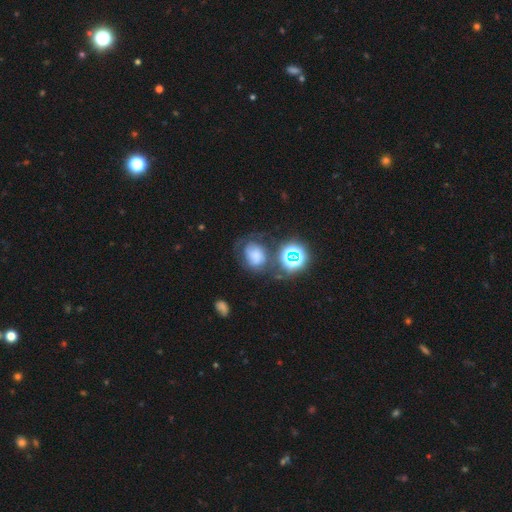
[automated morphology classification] This is possibly a smooth galaxy (49%). Merging: possibly none (45%).